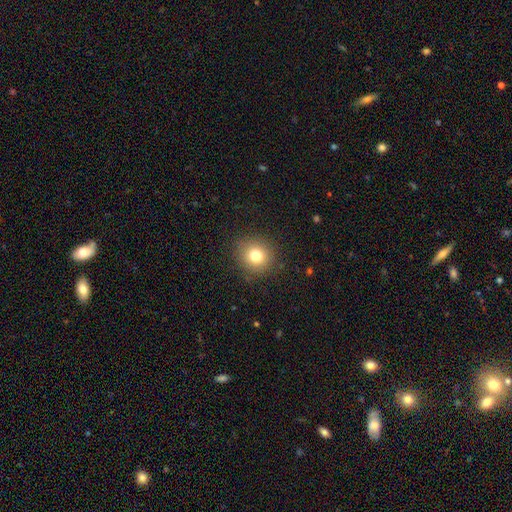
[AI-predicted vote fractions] smooth_or_featured: smooth (p=0.78) [alt: star or artifact p=0.13]
how_rounded: round (p=0.88) [alt: in between p=0.11]
merging: none (p=0.89) [alt: minor disturbance p=0.07]